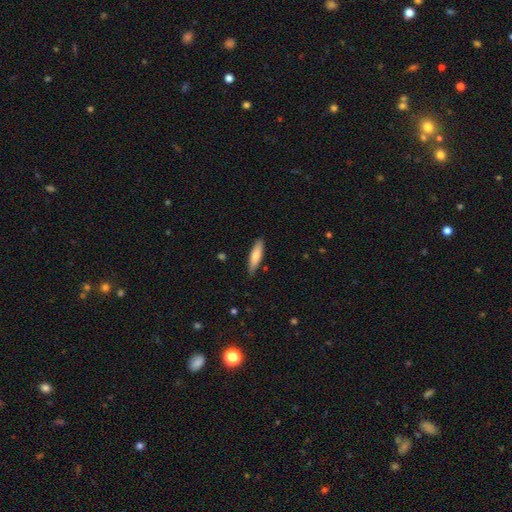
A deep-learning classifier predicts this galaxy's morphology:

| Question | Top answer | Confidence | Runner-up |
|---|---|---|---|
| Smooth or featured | smooth | 73% | featured or disk (21%) |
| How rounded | cigar-shaped | 75% | in between (24%) |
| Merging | none | 84% | minor disturbance (12%) |